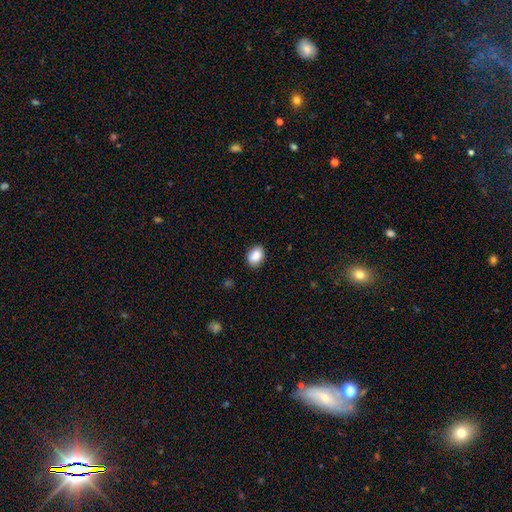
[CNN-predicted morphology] Smooth or featured: smooth — 87% (star or artifact — 8%)
How rounded: in between — 71% (round — 28%)
Merging: none — 84% (minor disturbance — 12%)